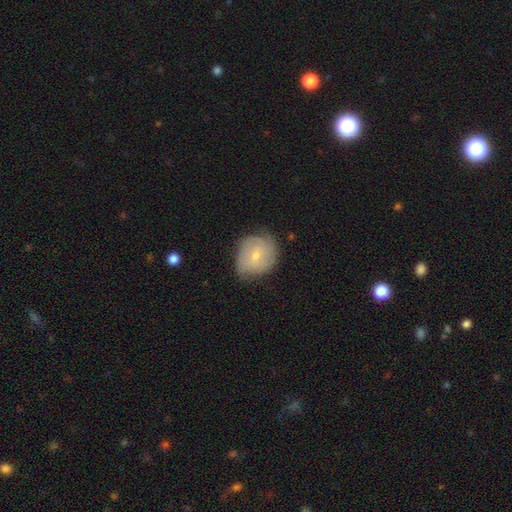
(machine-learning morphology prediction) Overall: smooth (49%; featured or disk 44%). Merging: none (64%; minor disturbance 28%).